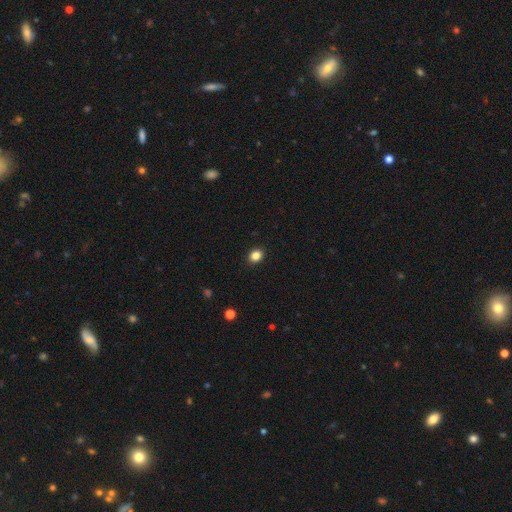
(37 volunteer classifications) This is clearly a smooth galaxy (86%). How rounded: clearly round (81%). Merging: clearly none (86%).